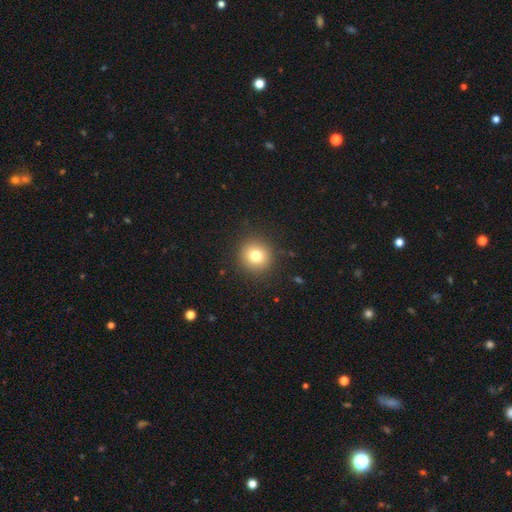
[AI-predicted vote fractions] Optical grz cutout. It shows a smooth galaxy with no disk features (77%) that is round (92%). Merging: none (90%).